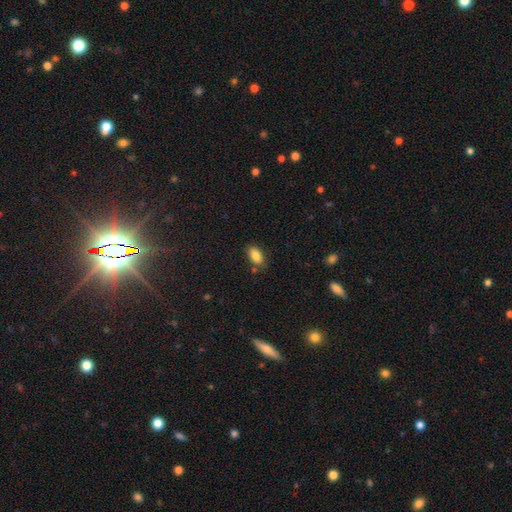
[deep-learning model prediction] Smooth or featured? smooth (85%)
How rounded? in between (91%)
Merging? none (78%)